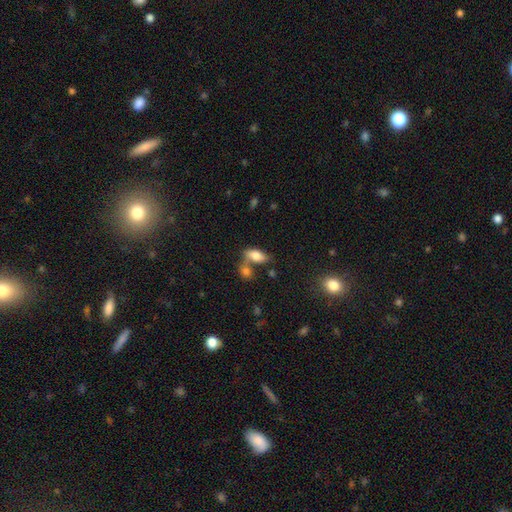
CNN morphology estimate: Overall: smooth (77%). How rounded: in between (87%). Merging: none (41%; merger 39%).